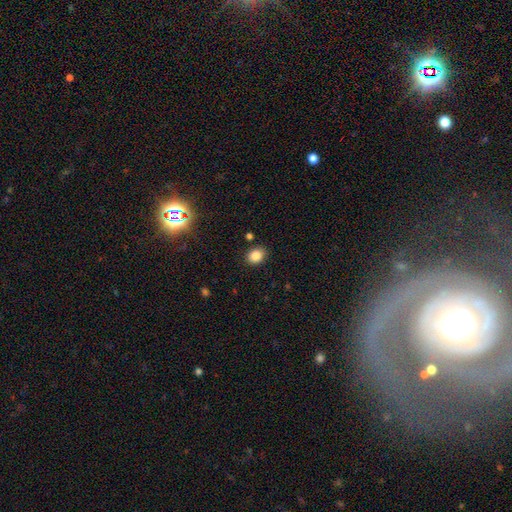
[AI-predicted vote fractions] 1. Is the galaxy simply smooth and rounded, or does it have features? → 84% smooth, 11% star or artifact, 5% featured or disk.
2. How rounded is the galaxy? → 56% in between, 43% round, 1% cigar-shaped.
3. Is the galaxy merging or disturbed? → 87% none, 9% minor disturbance, 2% major disturbance, 2% merger.